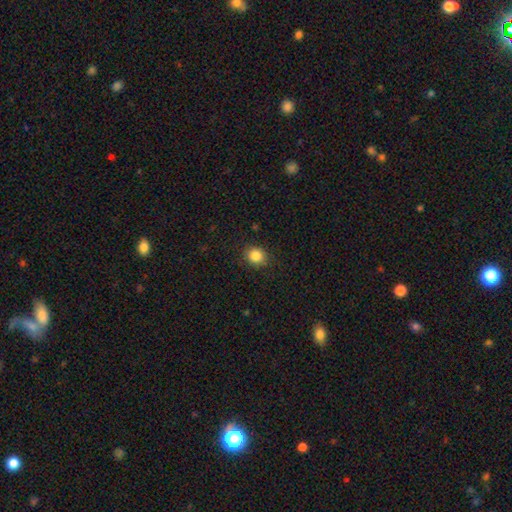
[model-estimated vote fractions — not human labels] Overall: smooth (85%). How rounded: round (79%). Merging: none (88%).